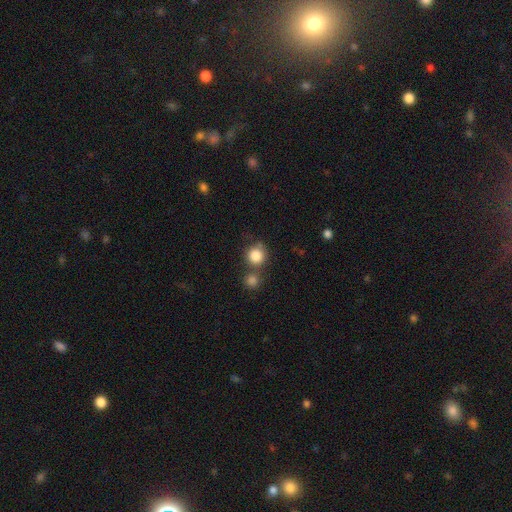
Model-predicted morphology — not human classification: Smooth or featured? smooth (84%)
How rounded? round (91%)
Merging? none (61%)